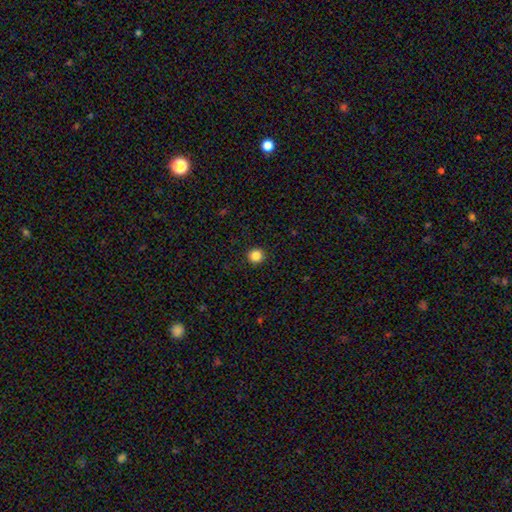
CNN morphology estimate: Smooth or featured? Predicted: smooth (p=0.85). How rounded? Predicted: round (p=0.94). Merging? Predicted: none (p=0.93).